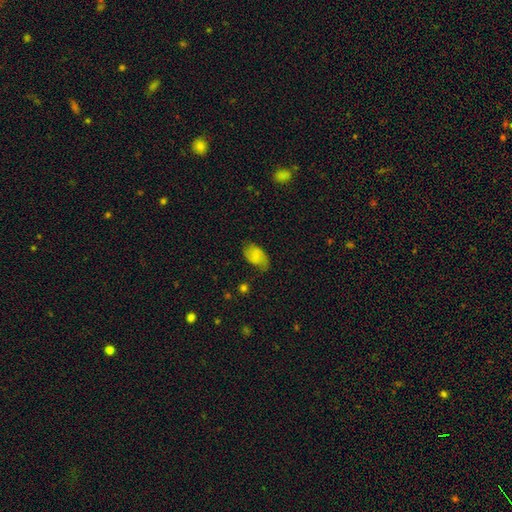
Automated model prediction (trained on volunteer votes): This is possibly a smooth galaxy (58%). How rounded: clearly in between (91%). Merging: likely none (64%).